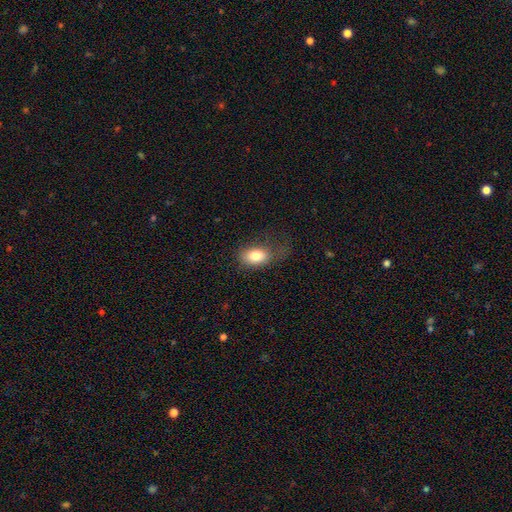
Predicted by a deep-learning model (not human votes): A smooth galaxy with no disk features (81%) that is in between round and cigar-shaped (87%).

Vote fractions:
- Smooth or featured? smooth: 81% / featured or disk: 11% / star or artifact: 9%
- How rounded? in between: 87% / round: 12% / cigar-shaped: 2%
- Merging? none: 53% / minor disturbance: 25% / major disturbance: 20% / merger: 2%